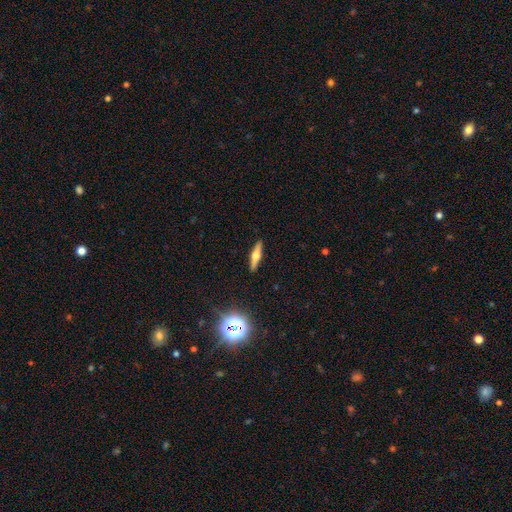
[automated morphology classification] Q: Smooth or featured?
A: featured or disk (61%); runner-up: smooth (31%)
Q: Edge-on disk?
A: yes (95%); runner-up: no (5%)
Q: Edge-on bulge?
A: rounded (94%); runner-up: boxy (4%)
Q: Merging?
A: none (90%); runner-up: minor disturbance (7%)